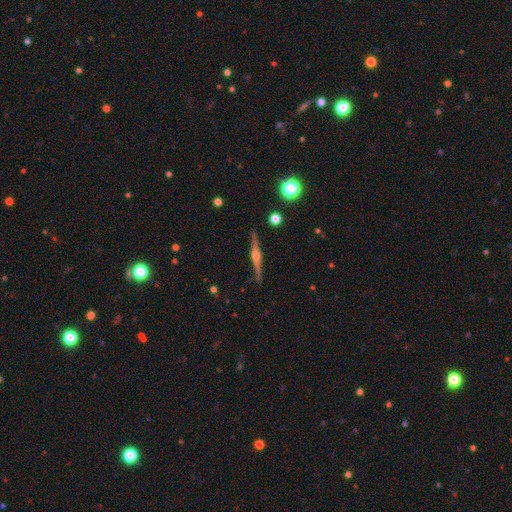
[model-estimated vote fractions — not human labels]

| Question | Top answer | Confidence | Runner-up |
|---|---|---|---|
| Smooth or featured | featured or disk | 82% | smooth (12%) |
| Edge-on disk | yes | 98% | no (2%) |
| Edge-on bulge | rounded | 86% | boxy (10%) |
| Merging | none | 90% | minor disturbance (7%) |